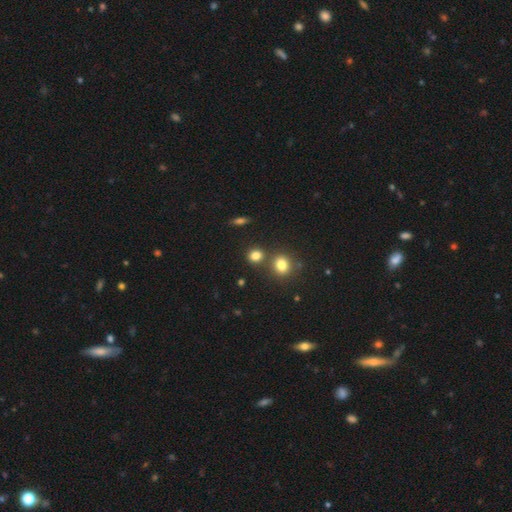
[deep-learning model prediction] This is likely a smooth galaxy (80%). How rounded: likely round (76%). Merging: likely none (70%).